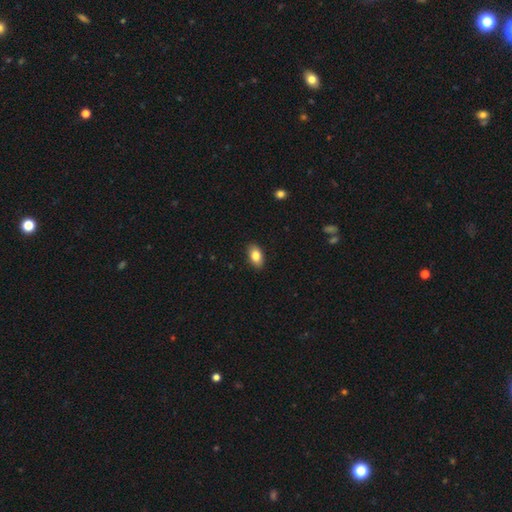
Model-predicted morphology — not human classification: This appears to be a smooth galaxy with no disk features (83%) that is in between round and cigar-shaped (91%). Merging: none (89%).